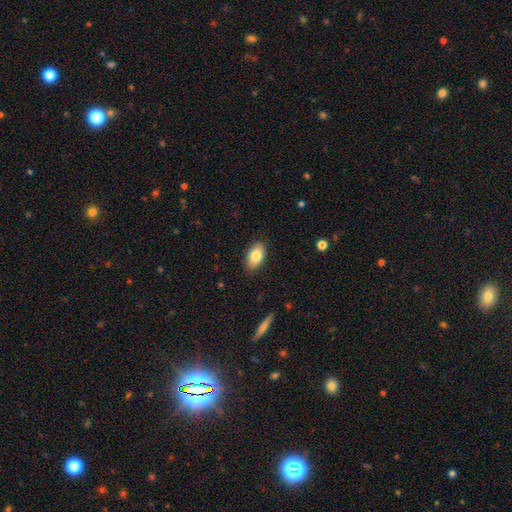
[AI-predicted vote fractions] A smooth galaxy with no disk features (82%) that is in between round and cigar-shaped (92%). Merging: none (87%).